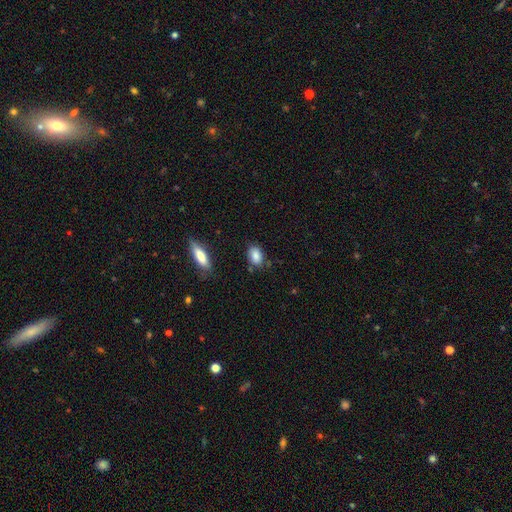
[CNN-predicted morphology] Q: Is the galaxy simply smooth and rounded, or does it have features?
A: smooth — 85%.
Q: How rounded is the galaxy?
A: in between — 82%.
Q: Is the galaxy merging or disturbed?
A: none — 75%.